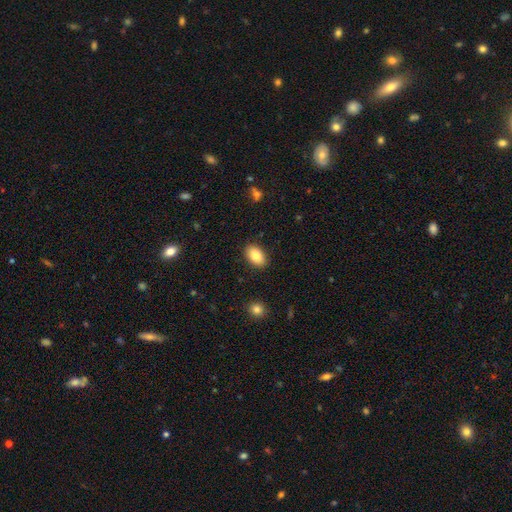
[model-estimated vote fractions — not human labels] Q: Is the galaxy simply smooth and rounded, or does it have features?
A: smooth — 84%.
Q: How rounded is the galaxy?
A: in between — 92%.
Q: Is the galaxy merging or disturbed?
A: none — 88%.